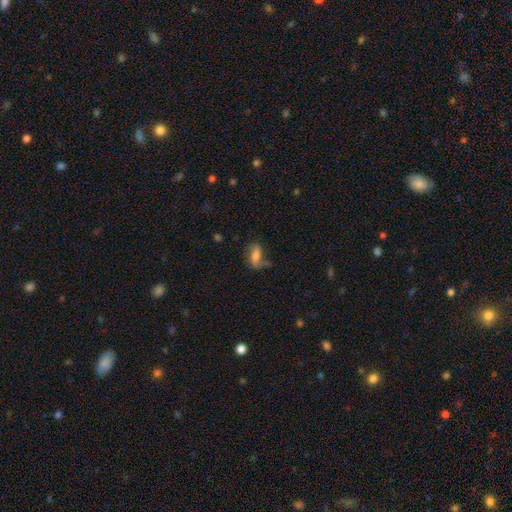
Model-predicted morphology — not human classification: A smooth galaxy with no disk features (48%).

Vote fractions:
- Smooth or featured? smooth: 48% / featured or disk: 43% / star or artifact: 9%
- Merging? none: 54% / minor disturbance: 26% / major disturbance: 15% / merger: 5%